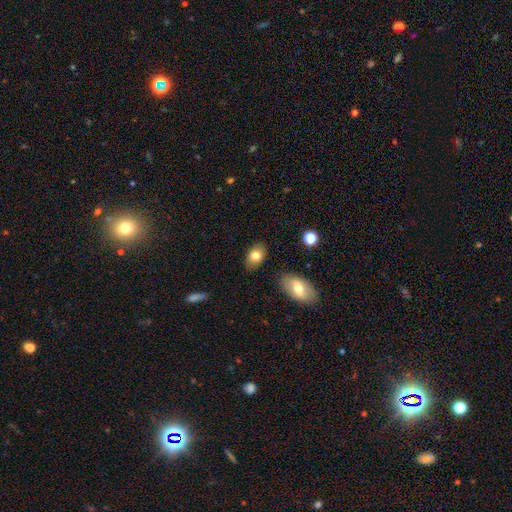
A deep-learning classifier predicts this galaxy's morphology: smooth_or_featured: smooth (p=0.78) [alt: featured or disk p=0.14]
how_rounded: in between (p=0.85) [alt: round p=0.13]
merging: none (p=0.83) [alt: minor disturbance p=0.12]